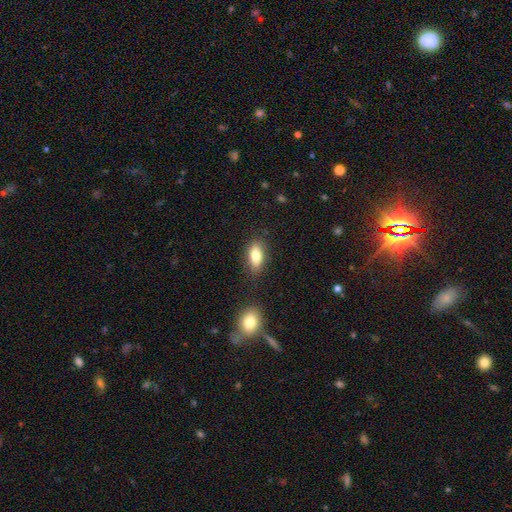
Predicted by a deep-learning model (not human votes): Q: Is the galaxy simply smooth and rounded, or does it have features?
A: smooth — 82%.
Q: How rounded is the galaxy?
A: in between — 83%.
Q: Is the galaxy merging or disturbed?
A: none — 80%.